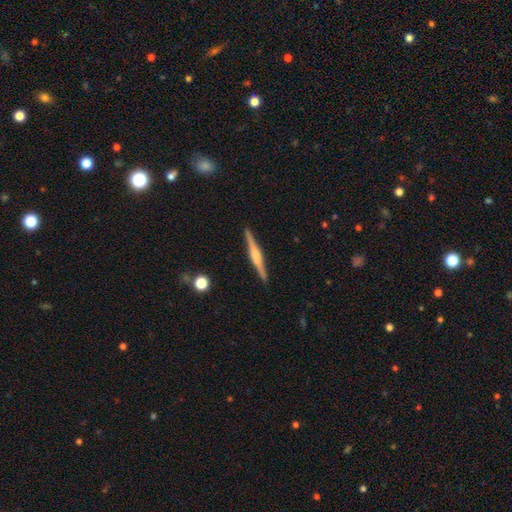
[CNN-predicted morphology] Overall: featured or disk (75%). Edge-on disk: yes (98%). Edge-on bulge: rounded (62%; boxy 30%). Merging: none (91%).